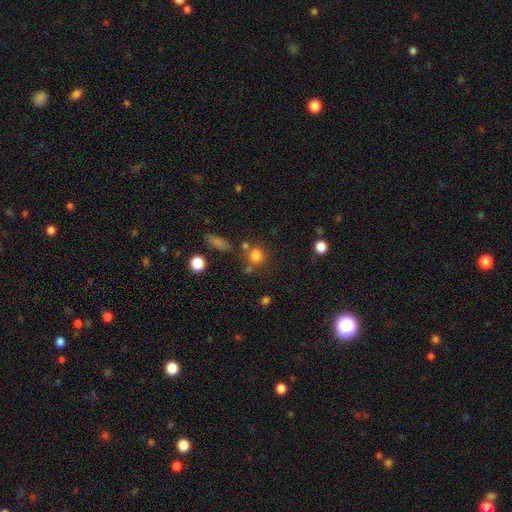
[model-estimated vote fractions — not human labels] Smooth or featured?
  - smooth: 79% *
  - star or artifact: 14%
  - featured or disk: 7%
How rounded?
  - round: 73% *
  - in between: 25%
  - cigar-shaped: 2%
Merging?
  - none: 64% *
  - merger: 16%
  - minor disturbance: 14%
  - major disturbance: 6%